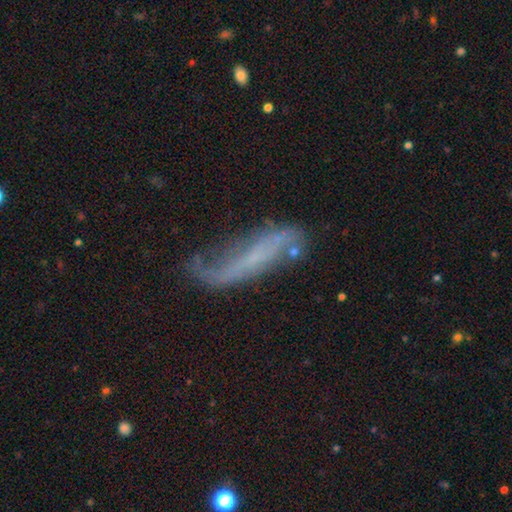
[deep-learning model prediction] Overall: featured or disk (61%; smooth 28%). Edge-on disk: no (65%; yes 35%). Merging: none (44%; minor disturbance 28%).